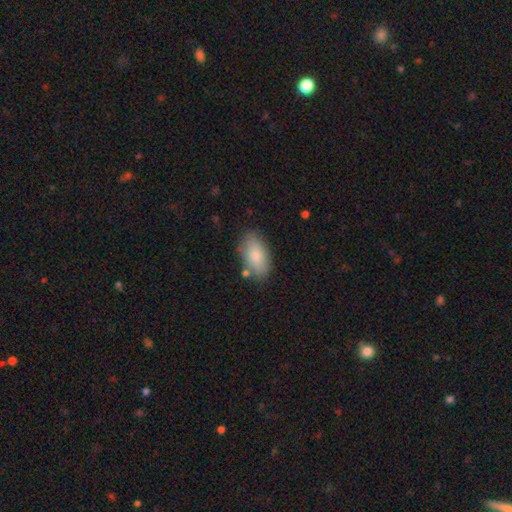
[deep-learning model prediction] Smooth or featured? Predicted: smooth (p=0.83). How rounded? Predicted: in between (p=0.93). Merging? Predicted: none (p=0.76).